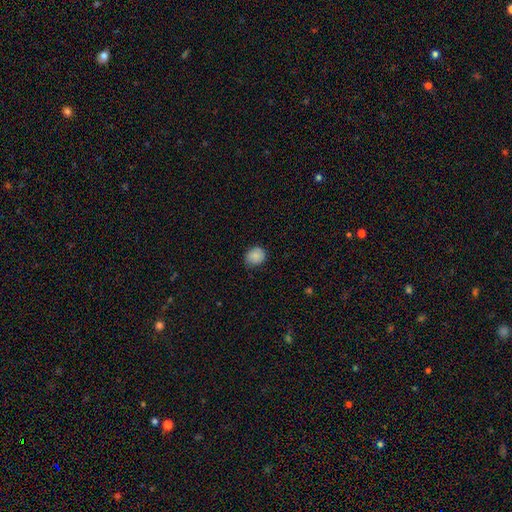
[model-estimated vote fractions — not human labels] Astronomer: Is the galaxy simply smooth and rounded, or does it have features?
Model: smooth — 86%.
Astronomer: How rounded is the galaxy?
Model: round — 68%.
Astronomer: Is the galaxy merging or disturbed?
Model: none — 77%.